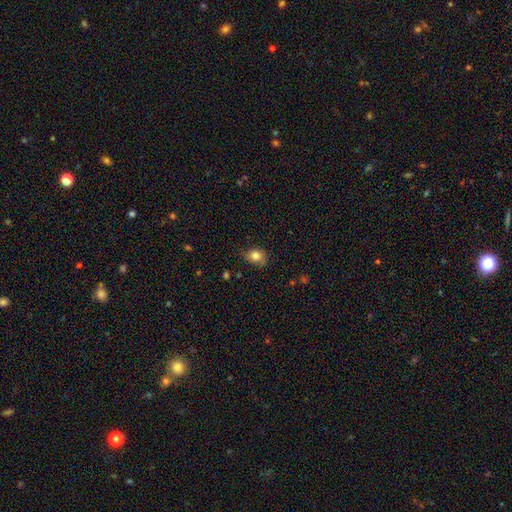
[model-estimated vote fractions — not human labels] smooth 80%, star or artifact 10%, featured or disk 9%. Down the decision tree: how rounded — round (50%); merging — none (67%).